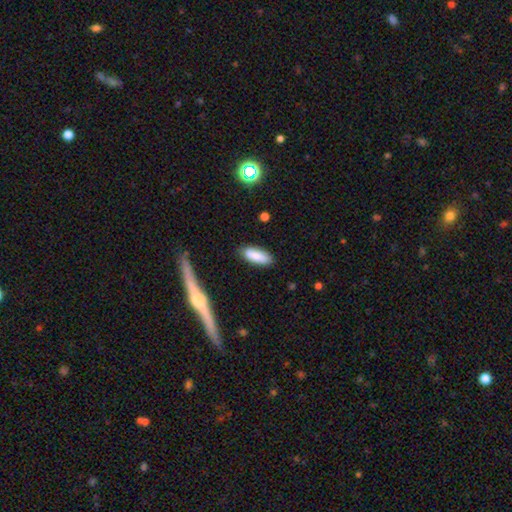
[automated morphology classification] Smooth or featured: smooth — 85% (featured or disk — 8%)
How rounded: in between — 73% (cigar-shaped — 25%)
Merging: none — 83% (minor disturbance — 13%)